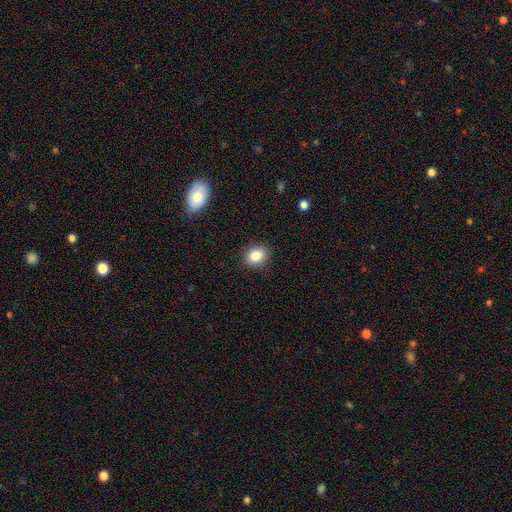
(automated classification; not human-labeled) Q: Smooth or featured?
A: smooth (85%); runner-up: star or artifact (9%)
Q: How rounded?
A: round (52%); runner-up: in between (47%)
Q: Merging?
A: none (88%); runner-up: minor disturbance (8%)